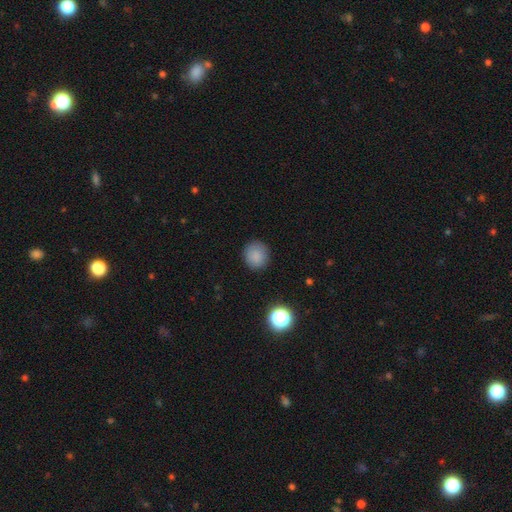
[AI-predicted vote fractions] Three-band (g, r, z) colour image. It shows a smooth galaxy with no disk features (84%) that is round (86%). Merging: none (88%).